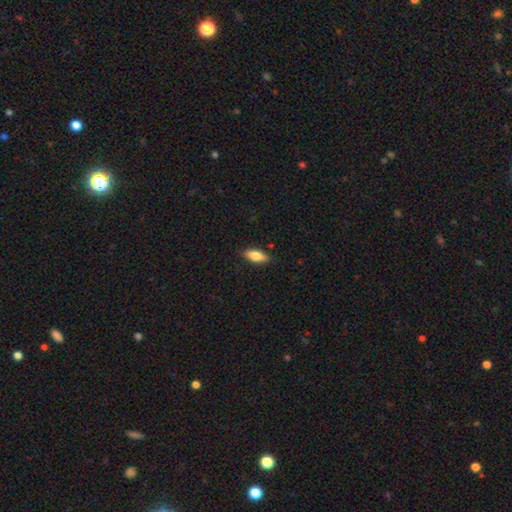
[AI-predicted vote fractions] smooth-or-featured: smooth: 76% | featured or disk: 18% | star or artifact: 7%
  how-rounded: in between: 75% | cigar-shaped: 22% | round: 3%
  merging: none: 85% | minor disturbance: 12% | major disturbance: 2% | merger: 1%